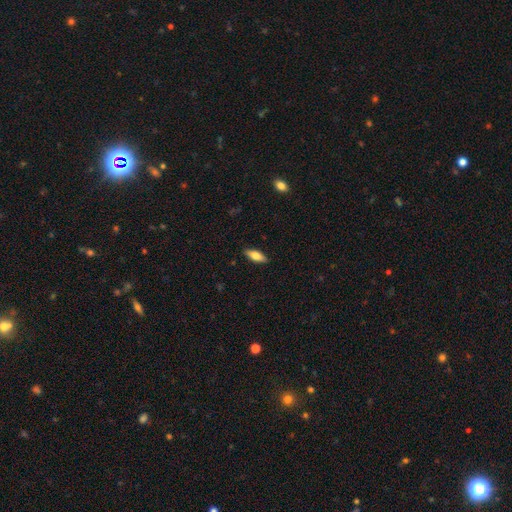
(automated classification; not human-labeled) Smooth or featured?
  - smooth: 70% *
  - featured or disk: 23%
  - star or artifact: 6%
How rounded?
  - in between: 70% *
  - cigar-shaped: 28%
  - round: 2%
Merging?
  - none: 89% *
  - minor disturbance: 9%
  - major disturbance: 2%
  - merger: 1%